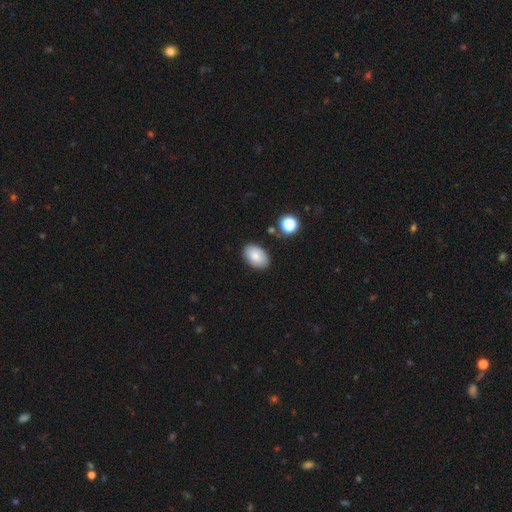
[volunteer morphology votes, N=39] smooth_or_featured: smooth (p=0.87) [alt: star or artifact p=0.08]
how_rounded: in between (p=0.91) [alt: round p=0.09]
merging: none (p=0.94) [alt: merger p=0.06]